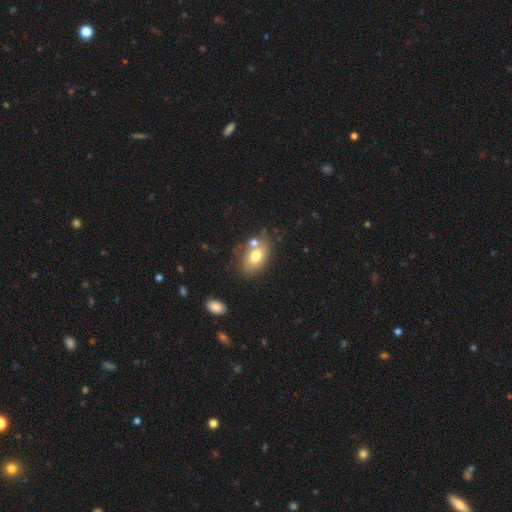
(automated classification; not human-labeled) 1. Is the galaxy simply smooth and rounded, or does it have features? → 71% smooth, 20% featured or disk, 9% star or artifact.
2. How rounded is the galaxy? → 85% in between, 12% round, 2% cigar-shaped.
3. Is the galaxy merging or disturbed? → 55% none, 25% merger, 15% minor disturbance, 5% major disturbance.